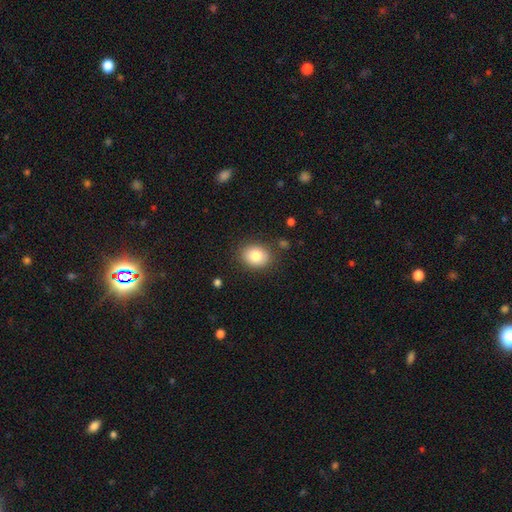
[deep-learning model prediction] This appears to be a smooth galaxy with no disk features (83%) that is in between round and cigar-shaped (51%). Merging: none (85%).